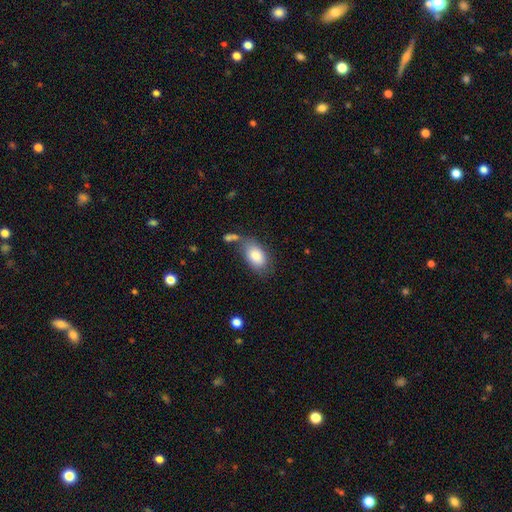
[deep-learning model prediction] The model was most divided on "merging": none: 52%, minor disturbance: 24%, merger: 13%, major disturbance: 11%. More confident: how rounded — in between (93%); smooth or featured — smooth (82%).